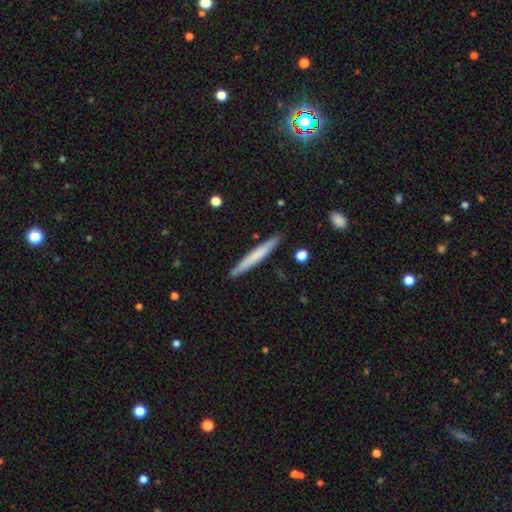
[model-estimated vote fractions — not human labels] Smooth or featured?
  - smooth: 64% *
  - featured or disk: 31%
  - star or artifact: 5%
How rounded?
  - cigar-shaped: 97% *
  - in between: 2%
  - round: 1%
Merging?
  - none: 89% *
  - minor disturbance: 8%
  - merger: 2%
  - major disturbance: 1%